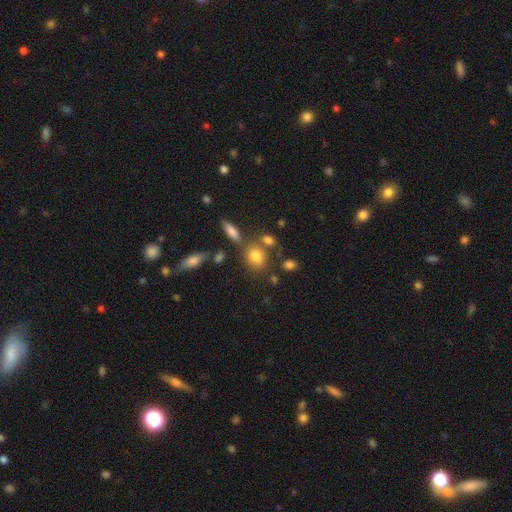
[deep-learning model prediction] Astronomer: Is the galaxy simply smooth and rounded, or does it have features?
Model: smooth — 78%.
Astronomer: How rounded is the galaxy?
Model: in between — 53% (runner-up: round, 44%).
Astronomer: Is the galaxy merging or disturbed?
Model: none — 59%.